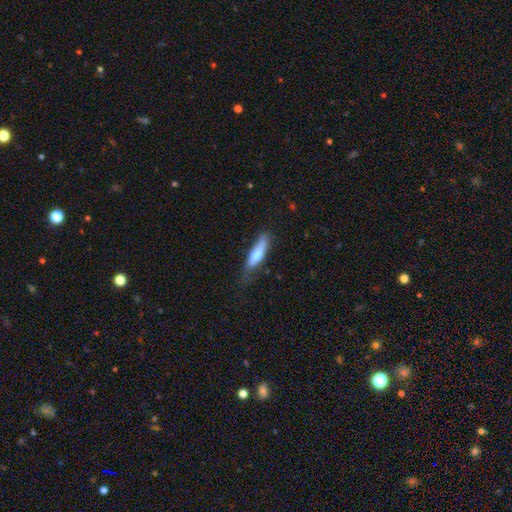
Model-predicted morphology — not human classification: A smooth galaxy with no disk features (67%) that is cigar-shaped (66%). Merging: none (59%).